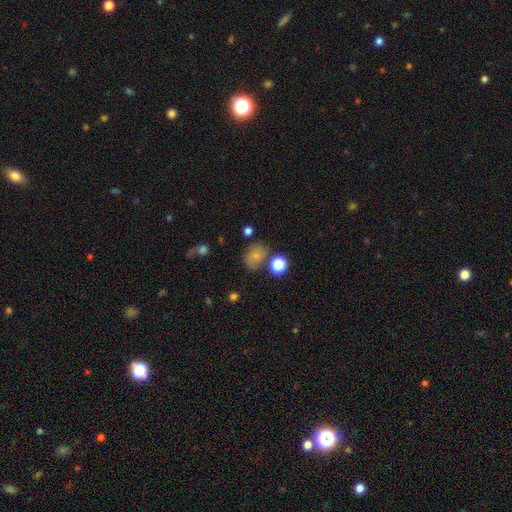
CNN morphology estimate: Smooth or featured?
  - smooth: 73% *
  - star or artifact: 15%
  - featured or disk: 12%
How rounded?
  - round: 54% *
  - in between: 45%
  - cigar-shaped: 1%
Merging?
  - none: 61% *
  - minor disturbance: 20%
  - merger: 10%
  - major disturbance: 8%